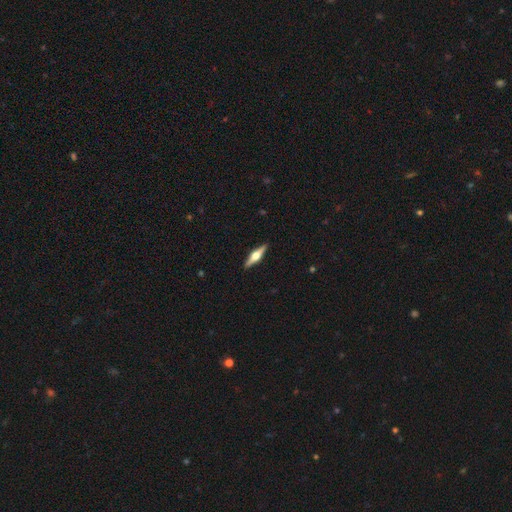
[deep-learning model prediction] Q: Smooth or featured?
A: featured or disk (72%); runner-up: smooth (22%)
Q: Edge-on disk?
A: yes (98%); runner-up: no (2%)
Q: Edge-on bulge?
A: rounded (94%); runner-up: boxy (4%)
Q: Merging?
A: none (91%); runner-up: minor disturbance (6%)